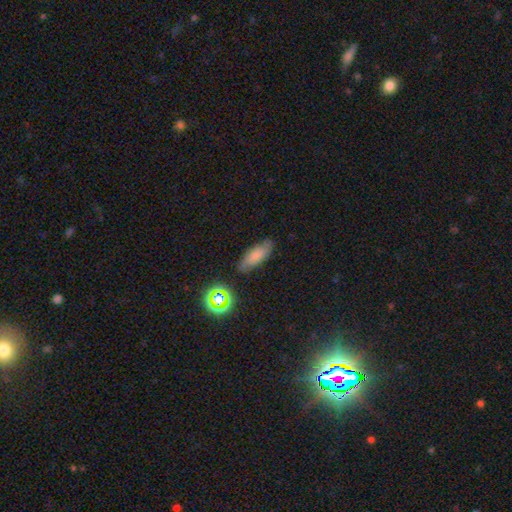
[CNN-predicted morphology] Smooth or featured?
  - smooth: 68% *
  - featured or disk: 20%
  - star or artifact: 12%
How rounded?
  - in between: 72% *
  - cigar-shaped: 24%
  - round: 4%
Merging?
  - none: 78% *
  - minor disturbance: 16%
  - major disturbance: 4%
  - merger: 3%